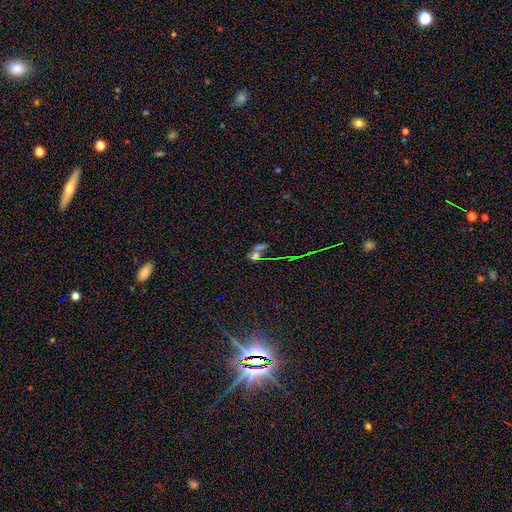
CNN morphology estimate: smooth 44%, star or artifact 39%, featured or disk 18%. Down the decision tree: merging — merger (44%).